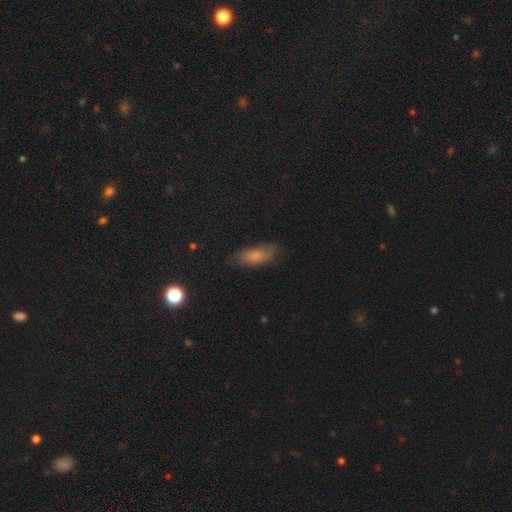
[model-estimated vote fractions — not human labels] smooth_or_featured: smooth (p=0.73) [alt: featured or disk p=0.17]
how_rounded: in between (p=0.79) [alt: cigar-shaped p=0.18]
merging: none (p=0.70) [alt: minor disturbance p=0.23]